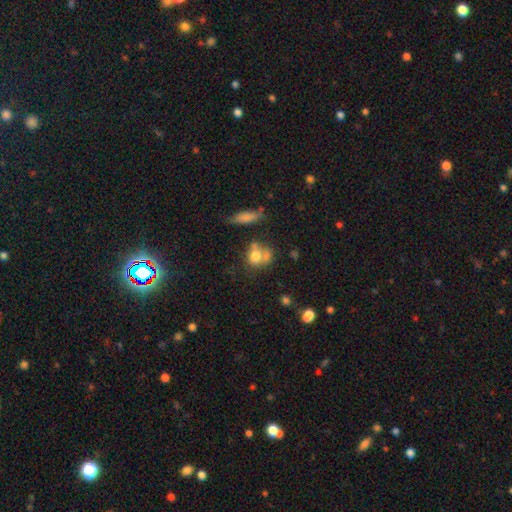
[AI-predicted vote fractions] Smooth or featured?
  - smooth: 69% *
  - featured or disk: 20%
  - star or artifact: 11%
How rounded?
  - round: 52% *
  - in between: 46%
  - cigar-shaped: 3%
Merging?
  - merger: 37% *
  - none: 33%
  - minor disturbance: 17%
  - major disturbance: 13%